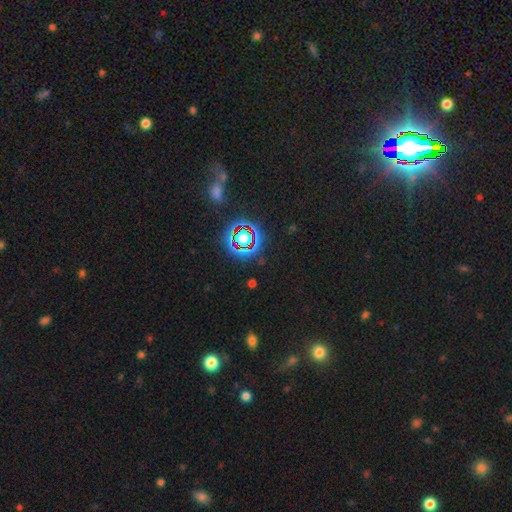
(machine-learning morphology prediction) Q: Smooth or featured?
A: star or artifact (70%); runner-up: smooth (19%)